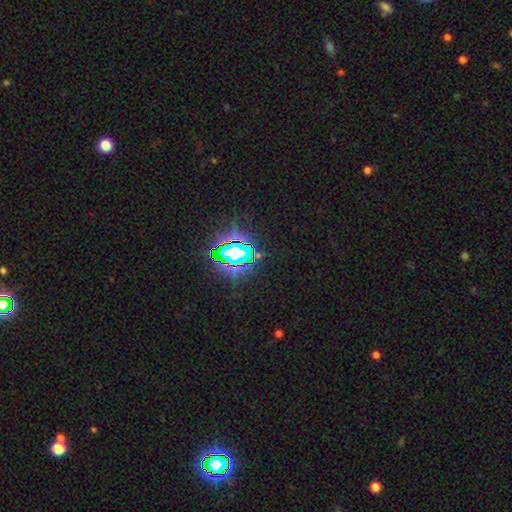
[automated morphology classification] Smooth or featured: star or artifact — 78% (smooth — 13%)